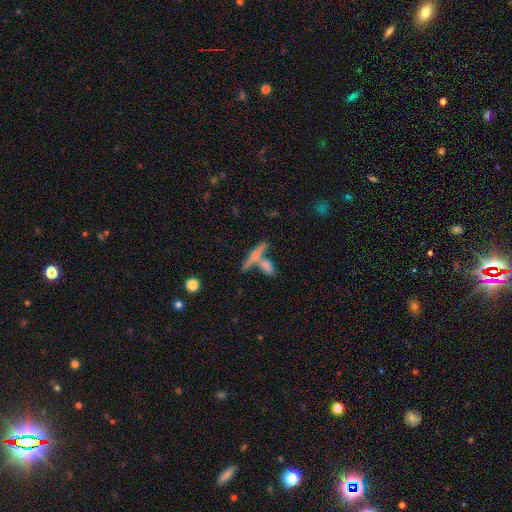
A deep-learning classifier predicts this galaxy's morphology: Smooth or featured? Predicted: smooth (p=0.46). Merging? Predicted: none (p=0.48).